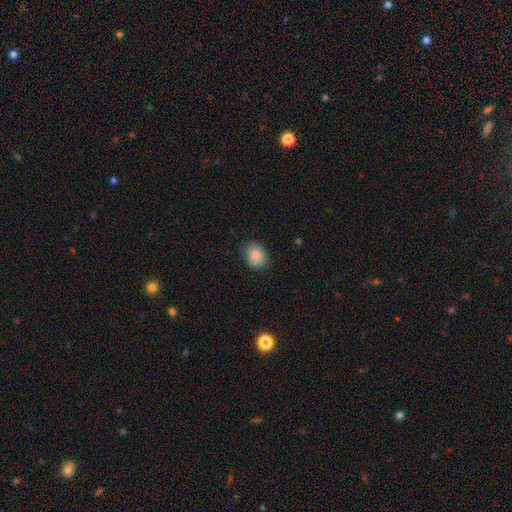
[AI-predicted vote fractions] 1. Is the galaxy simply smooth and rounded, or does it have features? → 87% smooth, 8% star or artifact, 5% featured or disk.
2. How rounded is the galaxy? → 55% round, 44% in between, 1% cigar-shaped.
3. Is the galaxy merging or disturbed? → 80% none, 16% minor disturbance, 3% major disturbance, 1% merger.